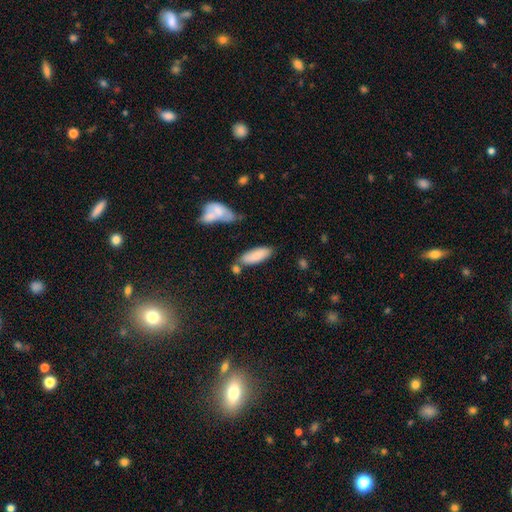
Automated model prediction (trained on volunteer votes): Smooth or featured?
  - smooth: 79% *
  - featured or disk: 15%
  - star or artifact: 6%
How rounded?
  - in between: 68% *
  - cigar-shaped: 30%
  - round: 2%
Merging?
  - none: 68% *
  - minor disturbance: 16%
  - merger: 12%
  - major disturbance: 4%